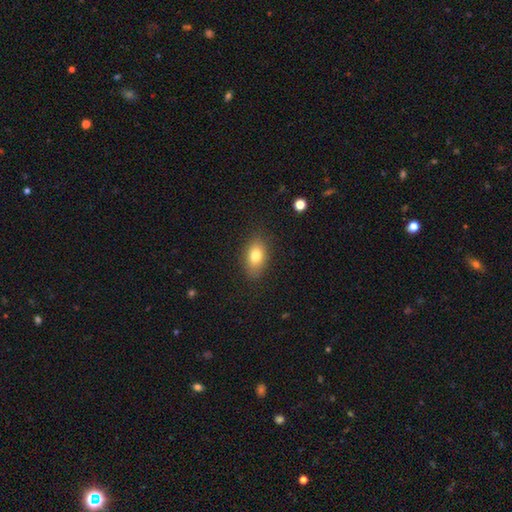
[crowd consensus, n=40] A smooth galaxy with no disk features (80%) that is in between round and cigar-shaped (94%). Merging: none (77%).